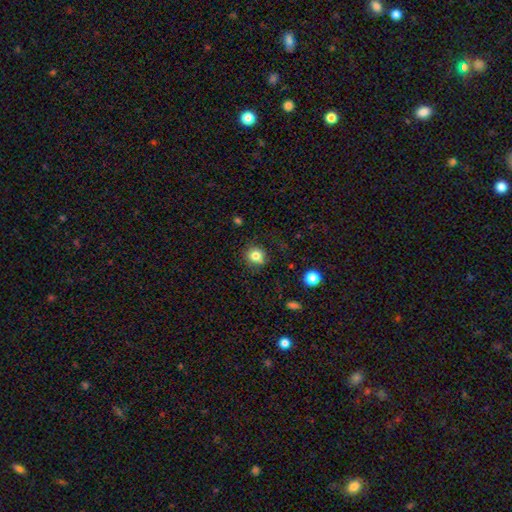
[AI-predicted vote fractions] Smooth or featured? Predicted: smooth (p=0.79). How rounded? Predicted: round (p=0.87). Merging? Predicted: none (p=0.75).